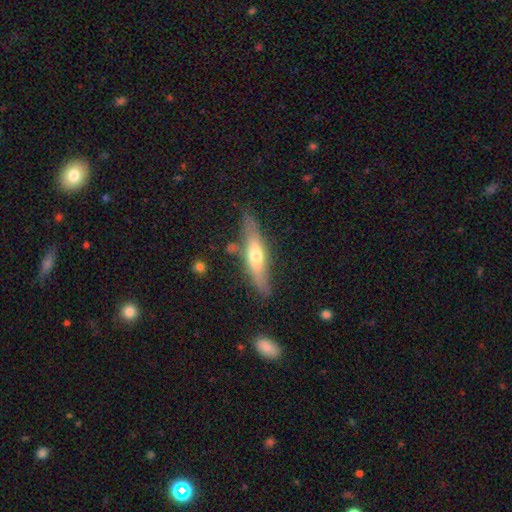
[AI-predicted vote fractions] This appears to be a featured or disk galaxy (53%) viewed edge-on (83%). Merging: none (76%).